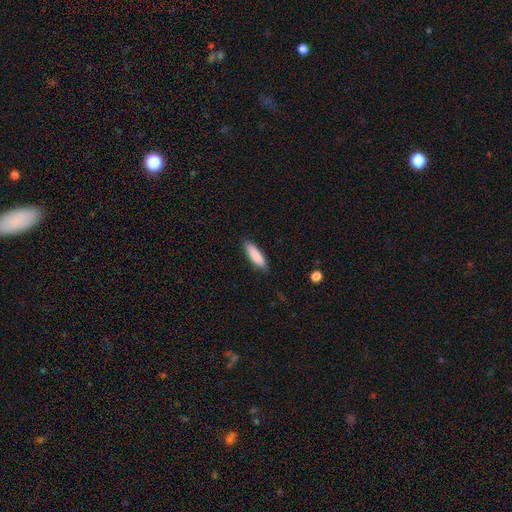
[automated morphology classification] The model was most divided on "how rounded": cigar-shaped: 57%, in between: 41%, round: 1%. More confident: smooth or featured — smooth (87%); merging — none (87%).